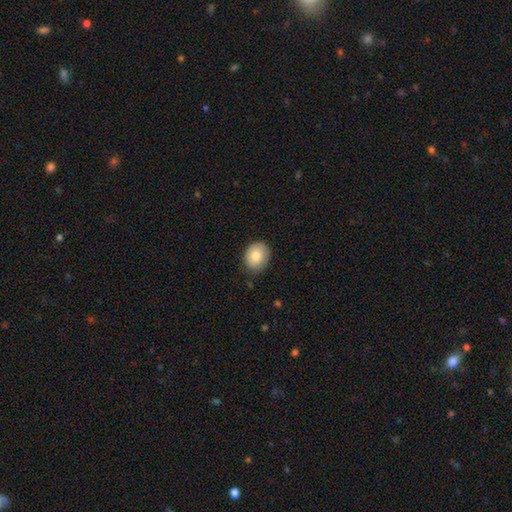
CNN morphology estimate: A smooth galaxy with no disk features (79%) that is round (54%).

Vote fractions:
- Smooth or featured? smooth: 79% / featured or disk: 13% / star or artifact: 8%
- How rounded? round: 54% / in between: 45% / cigar-shaped: 1%
- Merging? none: 81% / minor disturbance: 15% / major disturbance: 3% / merger: 1%